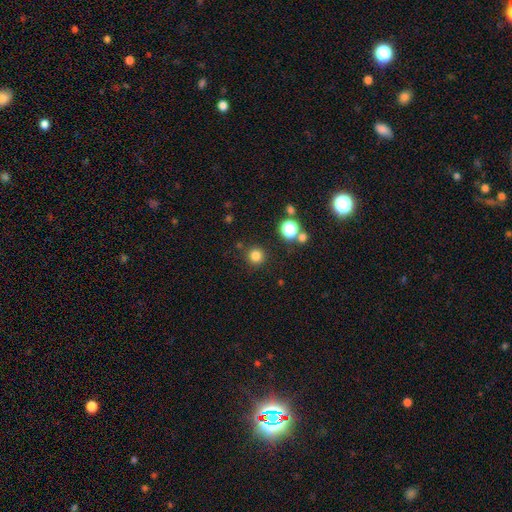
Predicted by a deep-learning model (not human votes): smooth-or-featured: smooth: 81% | star or artifact: 15% | featured or disk: 5%
  how-rounded: round: 95% | in between: 4% | cigar-shaped: 1%
  merging: none: 88% | minor disturbance: 6% | merger: 3% | major disturbance: 3%